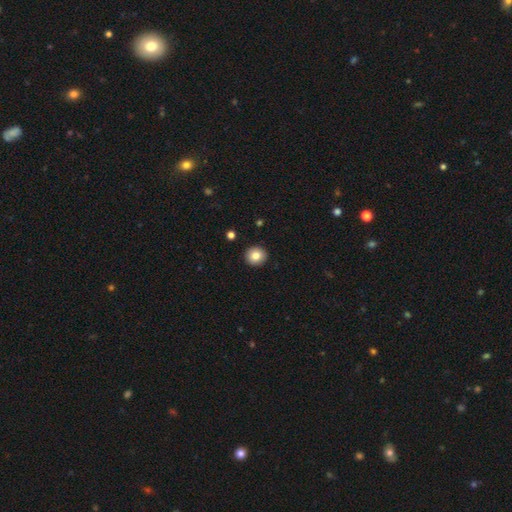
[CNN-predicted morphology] A smooth galaxy with no disk features (83%) that is round (92%).

Vote fractions:
- Smooth or featured? smooth: 83% / star or artifact: 9% / featured or disk: 7%
- How rounded? round: 92% / in between: 7% / cigar-shaped: 1%
- Merging? none: 93% / minor disturbance: 5% / major disturbance: 1% / merger: 1%